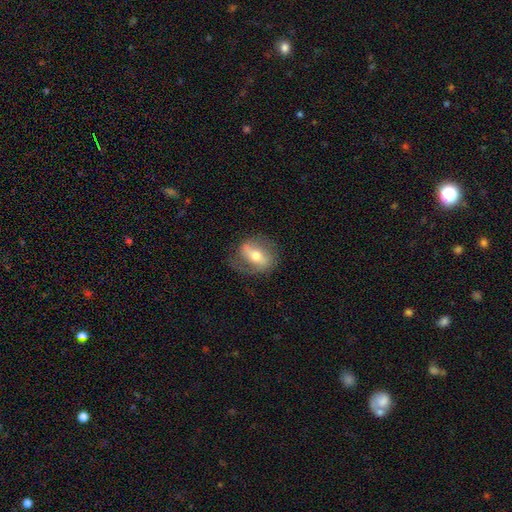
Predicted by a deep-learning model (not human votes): This appears to be a featured or disk galaxy (64%) with a strong bar (54%), spiral arms (67%) and a moderate central bulge (69%). Merging: none (67%).